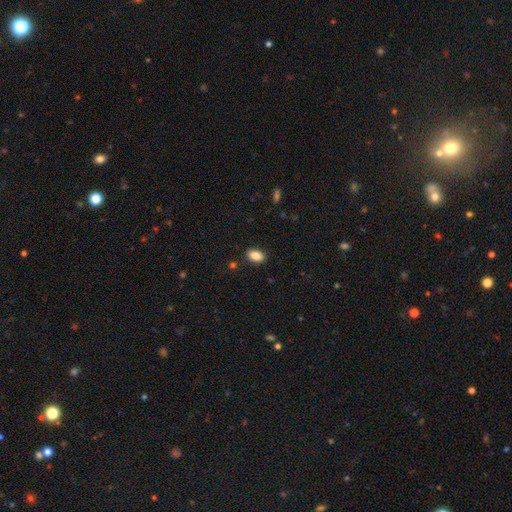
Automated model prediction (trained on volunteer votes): smooth_or_featured: smooth (p=0.88) [alt: star or artifact p=0.08]
how_rounded: in between (p=0.91) [alt: round p=0.07]
merging: none (p=0.87) [alt: minor disturbance p=0.10]